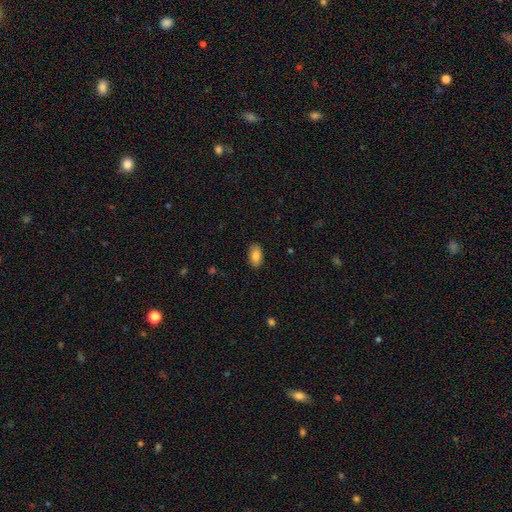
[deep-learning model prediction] This appears to be a smooth galaxy with no disk features (84%) that is in between round and cigar-shaped (92%). Merging: none (87%).